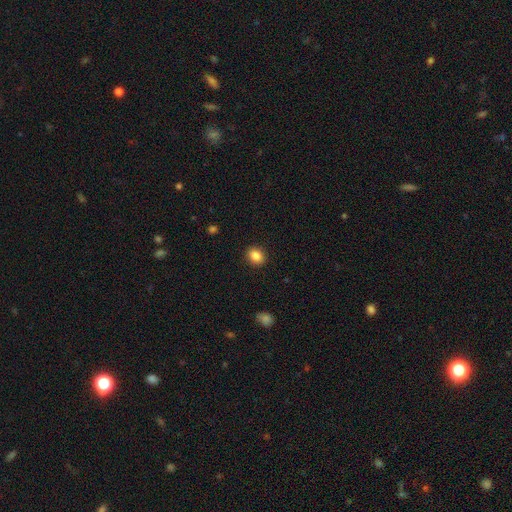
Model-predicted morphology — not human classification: smooth_or_featured: smooth (p=0.87) [alt: star or artifact p=0.09]
how_rounded: round (p=0.57) [alt: in between p=0.42]
merging: none (p=0.90) [alt: minor disturbance p=0.07]